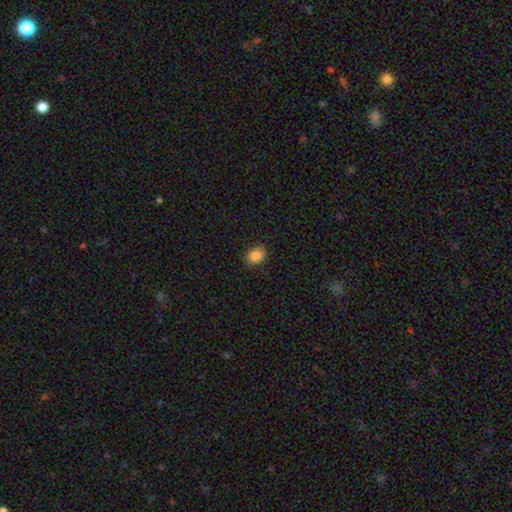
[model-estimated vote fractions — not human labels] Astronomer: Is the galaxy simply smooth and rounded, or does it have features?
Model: smooth — 87%.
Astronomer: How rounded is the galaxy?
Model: in between — 62% (runner-up: round, 37%).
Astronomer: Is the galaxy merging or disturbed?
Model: none — 86%.